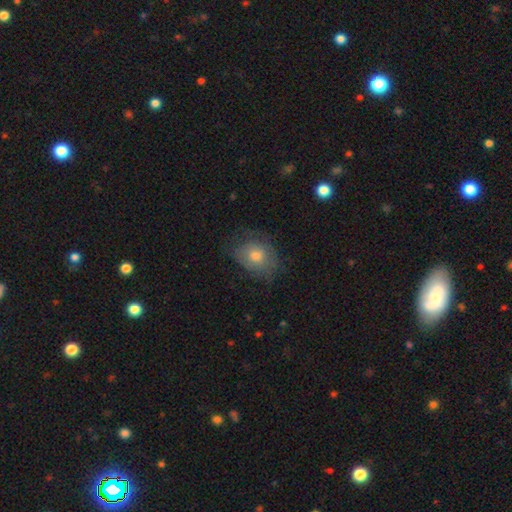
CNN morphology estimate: smooth-or-featured: smooth: 65% | featured or disk: 26% | star or artifact: 9%
  how-rounded: in between: 56% | round: 43% | cigar-shaped: 1%
  merging: none: 59% | minor disturbance: 27% | major disturbance: 13% | merger: 1%